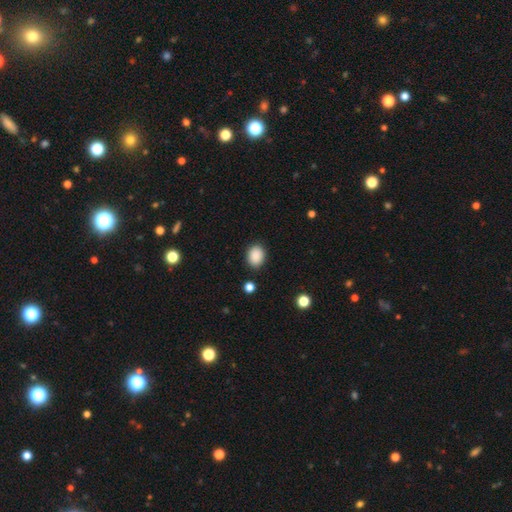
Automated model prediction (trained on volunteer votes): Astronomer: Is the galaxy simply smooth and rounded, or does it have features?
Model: smooth — 89%.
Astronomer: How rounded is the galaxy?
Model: in between — 63%.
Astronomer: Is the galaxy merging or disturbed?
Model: none — 87%.